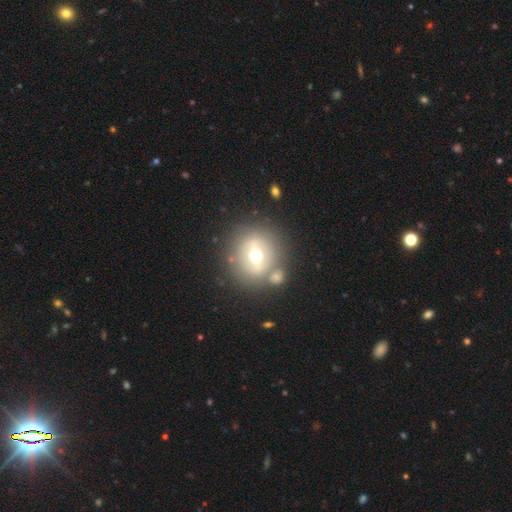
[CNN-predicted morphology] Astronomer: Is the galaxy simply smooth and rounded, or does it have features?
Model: smooth — 47% (runner-up: featured or disk, 43%).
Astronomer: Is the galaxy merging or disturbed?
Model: none — 69%.